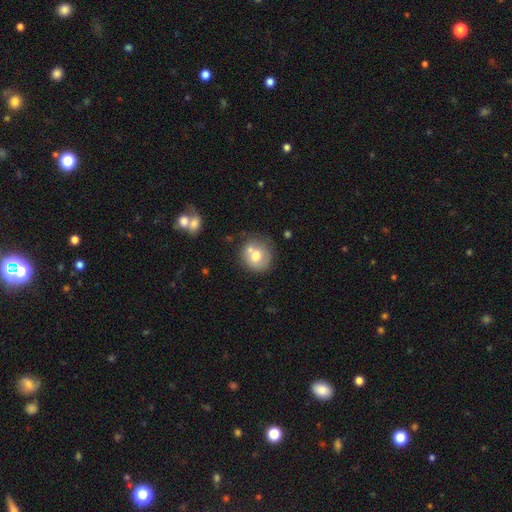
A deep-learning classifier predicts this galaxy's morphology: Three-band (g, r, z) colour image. It shows a smooth galaxy with no disk features (67%) that is round (84%). Merging: none (53%).